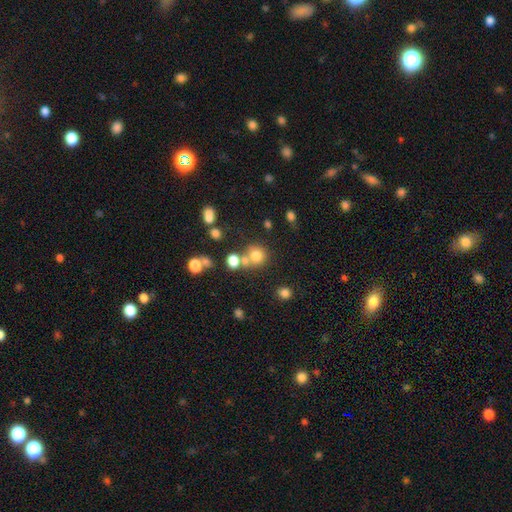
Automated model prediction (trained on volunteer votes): smooth 75%, star or artifact 16%, featured or disk 10%. Down the decision tree: how rounded — round (87%); merging — none (59%).